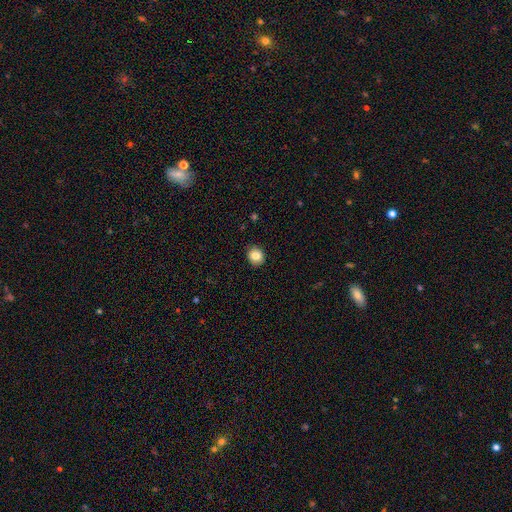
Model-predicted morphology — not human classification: A smooth galaxy with no disk features (83%) that is round (72%). Merging: none (88%).